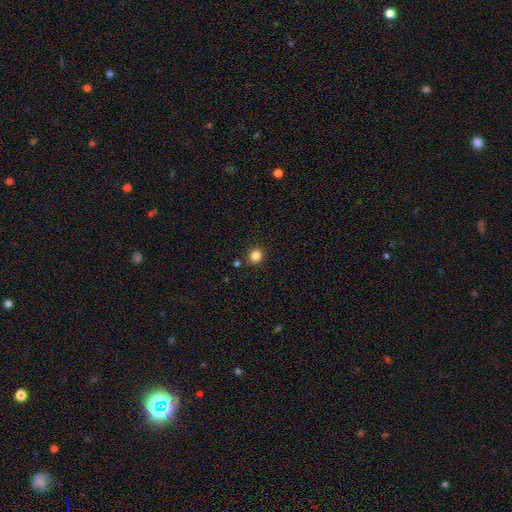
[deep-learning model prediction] Q: Smooth or featured?
A: smooth (84%); runner-up: star or artifact (12%)
Q: How rounded?
A: round (81%); runner-up: in between (18%)
Q: Merging?
A: none (86%); runner-up: minor disturbance (8%)